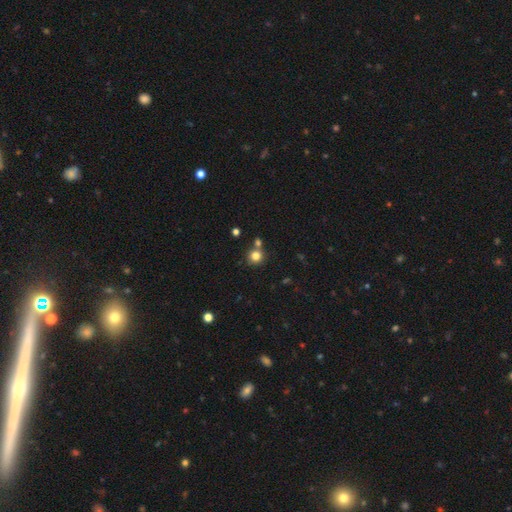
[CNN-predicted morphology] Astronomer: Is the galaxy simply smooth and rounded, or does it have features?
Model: smooth — 81%.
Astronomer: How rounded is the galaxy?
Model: round — 91%.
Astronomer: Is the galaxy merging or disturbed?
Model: none — 70%.